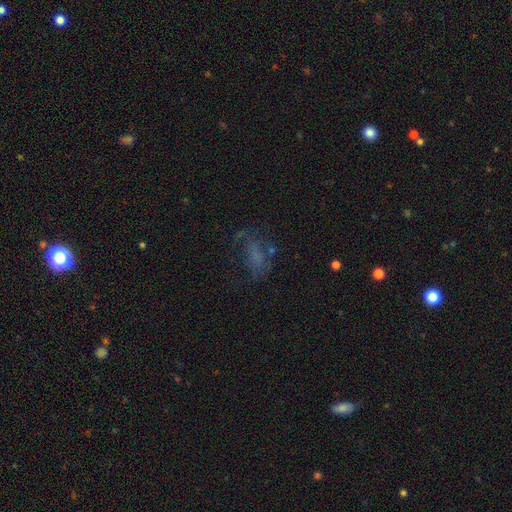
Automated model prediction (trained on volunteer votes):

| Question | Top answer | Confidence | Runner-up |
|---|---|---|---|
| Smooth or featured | smooth | 45% | featured or disk (31%) |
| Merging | none | 41% | major disturbance (34%) |